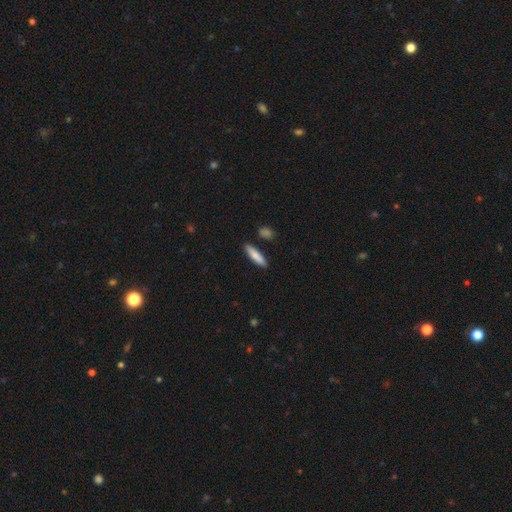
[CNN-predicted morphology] This is likely a smooth galaxy (78%). How rounded: likely cigar-shaped (74%). Merging: clearly none (86%).